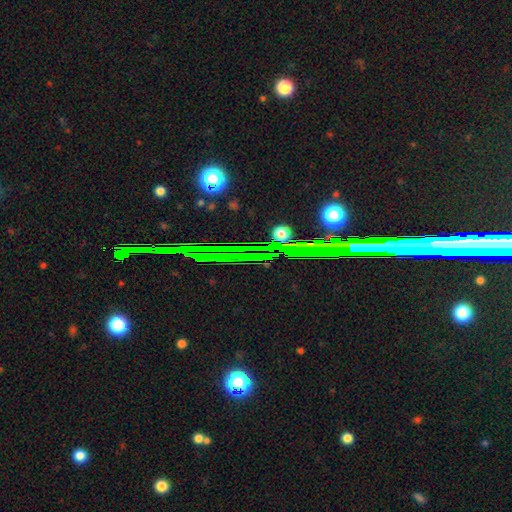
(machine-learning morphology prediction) Overall: star or artifact (74%).